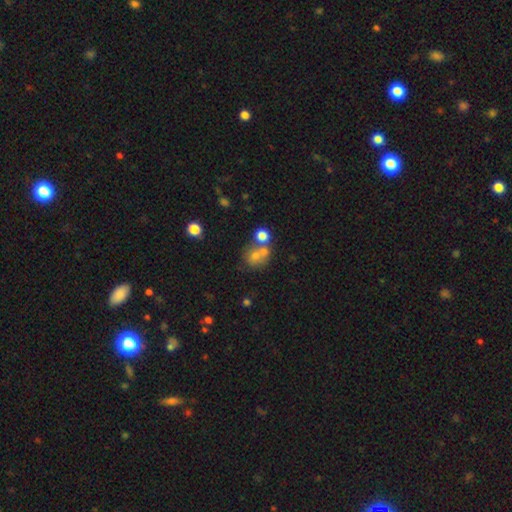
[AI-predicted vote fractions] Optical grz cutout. It shows a smooth galaxy with no disk features (63%) that is round (72%). Merging: merger (46%).